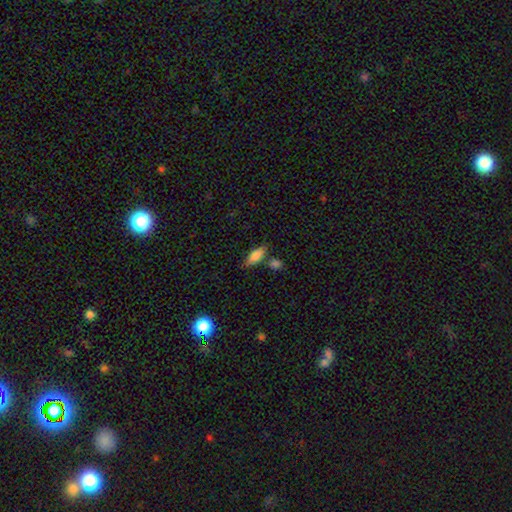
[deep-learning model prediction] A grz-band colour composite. It shows a smooth galaxy with no disk features (78%) that is in between round and cigar-shaped (69%). Merging: none (67%).